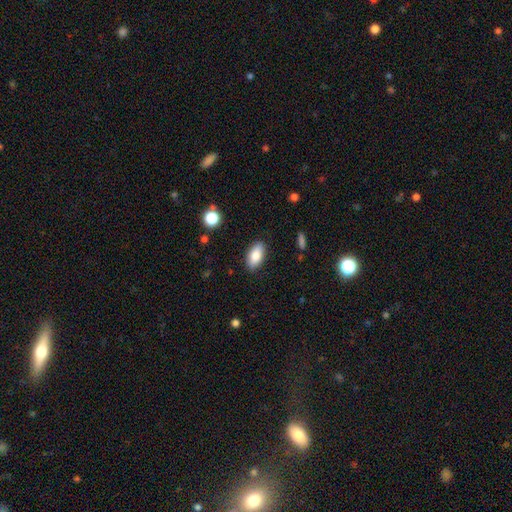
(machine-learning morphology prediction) Overall: smooth (83%). How rounded: in between (91%). Merging: none (87%).